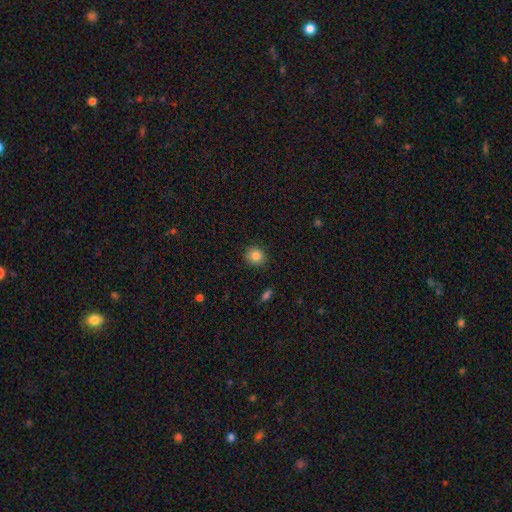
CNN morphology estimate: Smooth or featured? Predicted: smooth (p=0.84). How rounded? Predicted: round (p=0.86). Merging? Predicted: none (p=0.89).